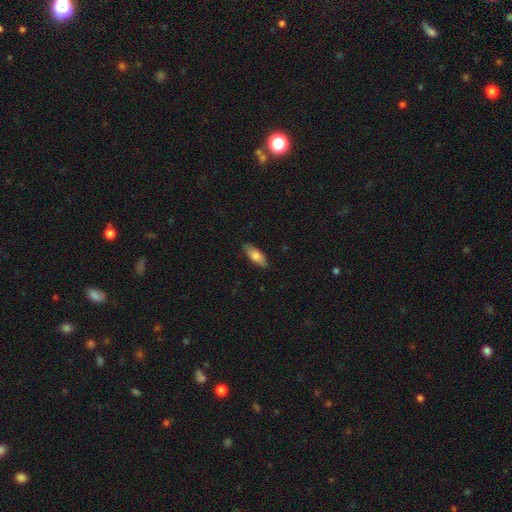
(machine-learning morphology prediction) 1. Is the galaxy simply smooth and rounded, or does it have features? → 74% smooth, 20% featured or disk, 6% star or artifact.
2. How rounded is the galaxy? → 73% in between, 25% cigar-shaped, 2% round.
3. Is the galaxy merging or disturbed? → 86% none, 11% minor disturbance, 2% major disturbance, 1% merger.